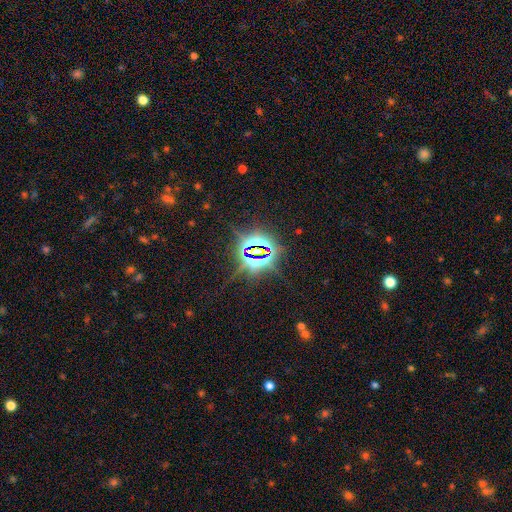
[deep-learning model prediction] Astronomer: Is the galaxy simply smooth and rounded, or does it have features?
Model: star or artifact — 84%.